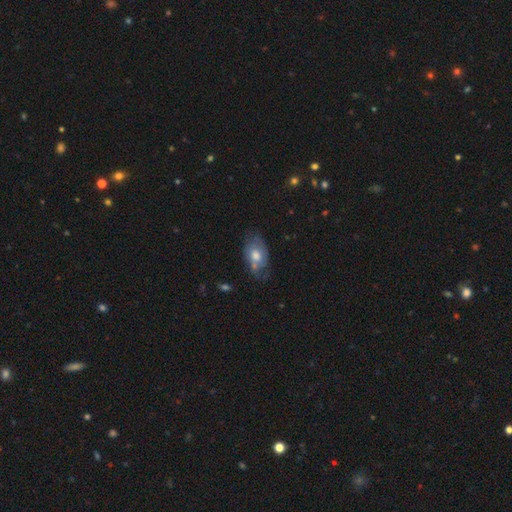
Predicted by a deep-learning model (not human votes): This is possibly a smooth galaxy (47%). Merging: possibly none (54%).